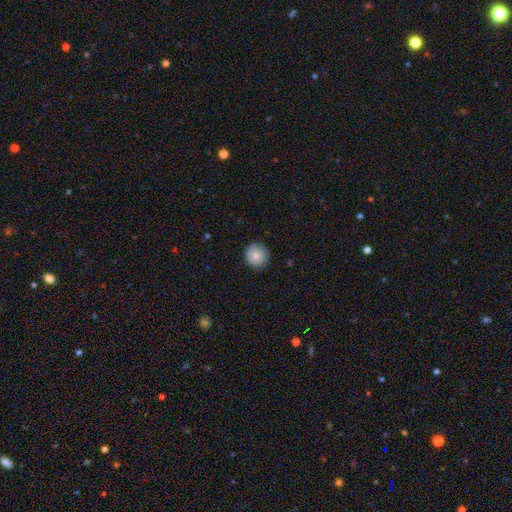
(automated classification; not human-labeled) Q: Smooth or featured?
A: smooth (81%); runner-up: featured or disk (11%)
Q: How rounded?
A: round (93%); runner-up: in between (6%)
Q: Merging?
A: none (88%); runner-up: minor disturbance (9%)